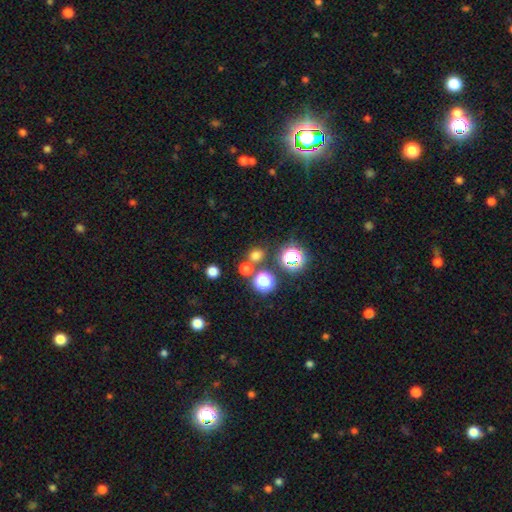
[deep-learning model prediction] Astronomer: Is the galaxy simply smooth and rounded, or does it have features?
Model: smooth — 66%.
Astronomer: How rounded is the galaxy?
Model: round — 81%.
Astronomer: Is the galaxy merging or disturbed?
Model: none — 73%.